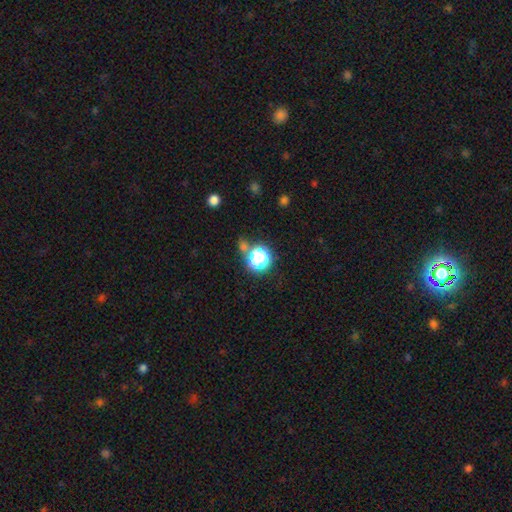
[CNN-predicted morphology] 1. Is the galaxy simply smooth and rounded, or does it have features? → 65% star or artifact, 28% smooth, 7% featured or disk.